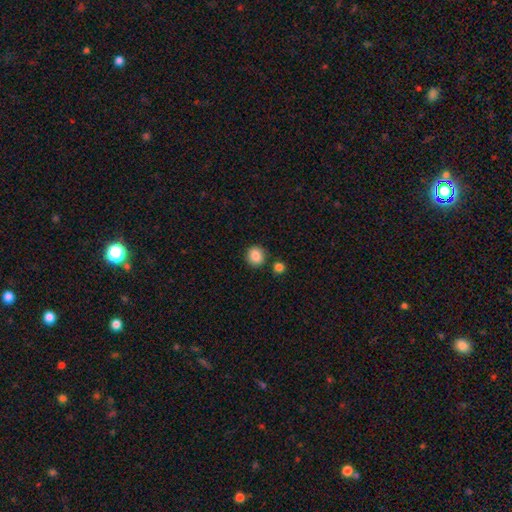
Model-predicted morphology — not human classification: The model was most divided on "merging": none: 82%, minor disturbance: 8%, merger: 7%, major disturbance: 2%. More confident: how rounded — round (87%); smooth or featured — smooth (87%).